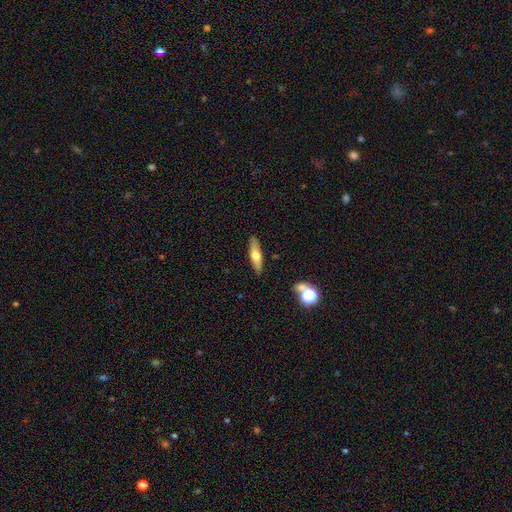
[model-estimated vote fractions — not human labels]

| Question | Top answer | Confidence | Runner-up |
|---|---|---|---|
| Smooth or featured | smooth | 51% | featured or disk (41%) |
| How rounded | cigar-shaped | 64% | in between (33%) |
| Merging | none | 88% | minor disturbance (8%) |